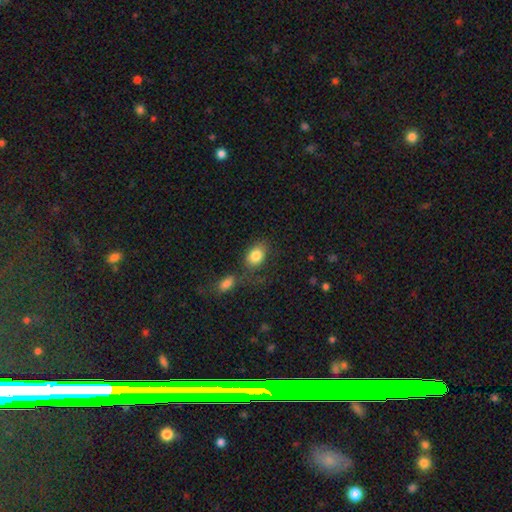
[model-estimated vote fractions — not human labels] smooth_or_featured: smooth (p=0.82) [alt: featured or disk p=0.09]
how_rounded: in between (p=0.72) [alt: round p=0.27]
merging: none (p=0.58) [alt: merger p=0.18]